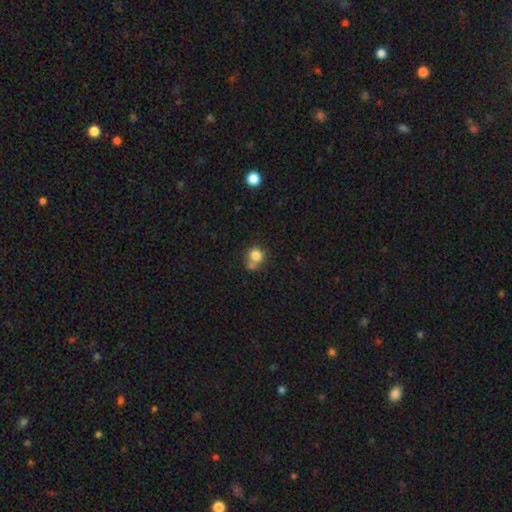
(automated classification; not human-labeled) smooth_or_featured: smooth (p=0.80) [alt: star or artifact p=0.11]
how_rounded: round (p=0.85) [alt: in between p=0.14]
merging: none (p=0.49) [alt: merger p=0.36]